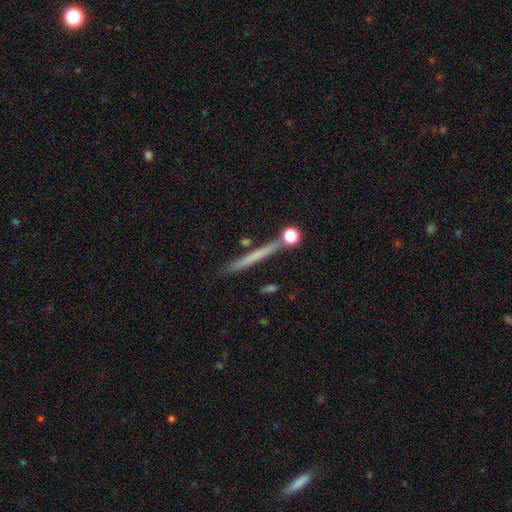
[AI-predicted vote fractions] Smooth or featured: smooth — 56% (featured or disk — 36%)
How rounded: cigar-shaped — 94% (round — 4%)
Merging: none — 82% (minor disturbance — 9%)